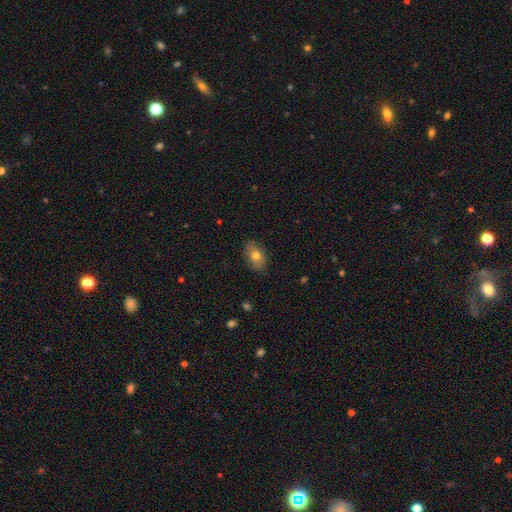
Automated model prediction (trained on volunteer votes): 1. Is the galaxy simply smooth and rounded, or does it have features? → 70% smooth, 21% featured or disk, 8% star or artifact.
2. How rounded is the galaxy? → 86% in between, 12% round, 2% cigar-shaped.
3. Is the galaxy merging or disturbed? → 85% none, 12% minor disturbance, 3% major disturbance, 1% merger.